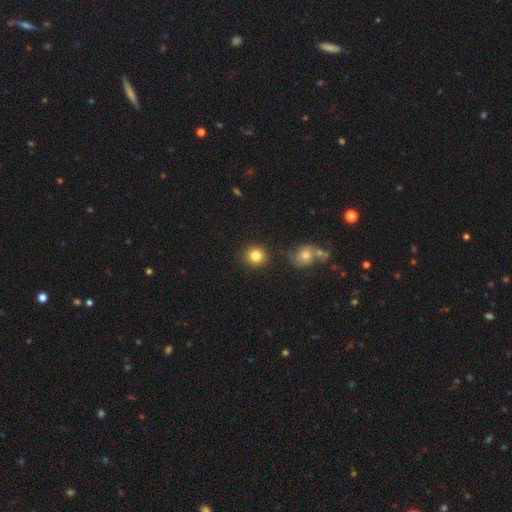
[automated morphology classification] A smooth galaxy with no disk features (83%) that is round (86%).

Vote fractions:
- Smooth or featured? smooth: 83% / star or artifact: 10% / featured or disk: 7%
- How rounded? round: 86% / in between: 13% / cigar-shaped: 1%
- Merging? none: 85% / minor disturbance: 8% / merger: 4% / major disturbance: 3%